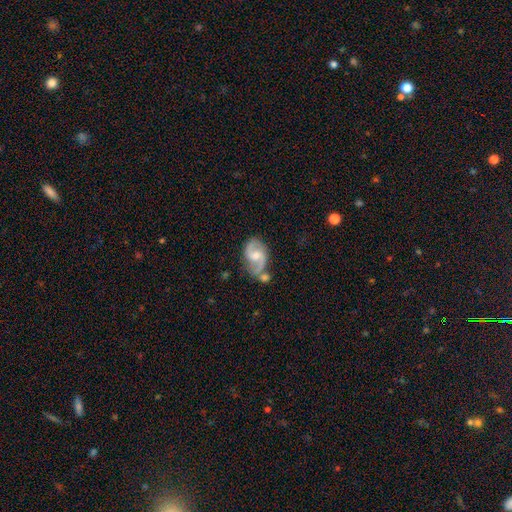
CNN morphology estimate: A featured or disk galaxy (84%) with a weak bar (52%), 2 (92%) medium (54%) spiral arms (96%) and a moderate central bulge (54%). Merging: none (58%).